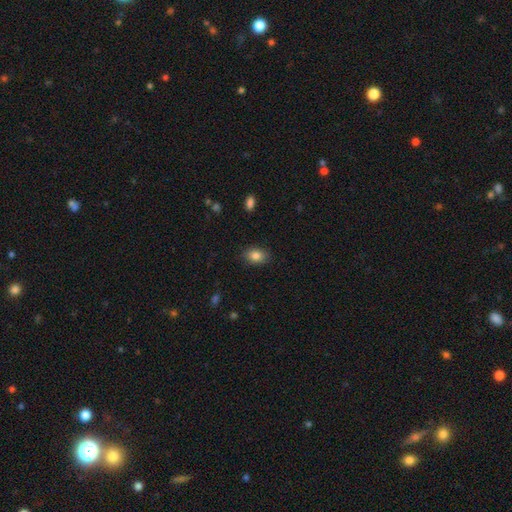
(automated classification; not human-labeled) A smooth galaxy with no disk features (84%) that is in between round and cigar-shaped (77%).

Vote fractions:
- Smooth or featured? smooth: 84% / star or artifact: 9% / featured or disk: 7%
- How rounded? in between: 77% / round: 21% / cigar-shaped: 1%
- Merging? none: 86% / minor disturbance: 10% / major disturbance: 2% / merger: 1%